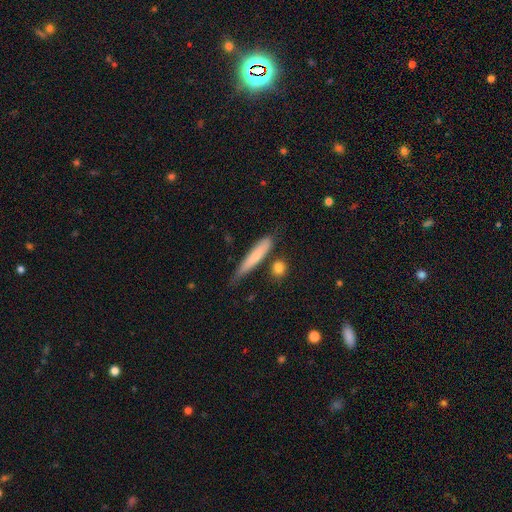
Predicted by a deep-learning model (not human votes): Overall: smooth (72%). How rounded: cigar-shaped (90%). Merging: none (65%).